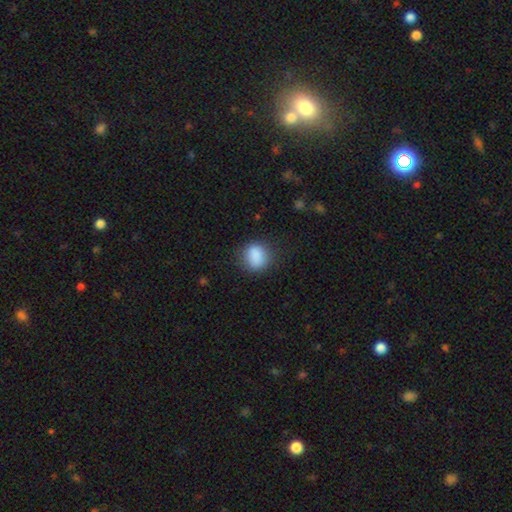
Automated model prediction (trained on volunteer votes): A smooth galaxy with no disk features (86%) that is round (63%).

Vote fractions:
- Smooth or featured? smooth: 86% / star or artifact: 9% / featured or disk: 6%
- How rounded? round: 63% / in between: 36% / cigar-shaped: 2%
- Merging? none: 79% / minor disturbance: 15% / major disturbance: 5% / merger: 1%